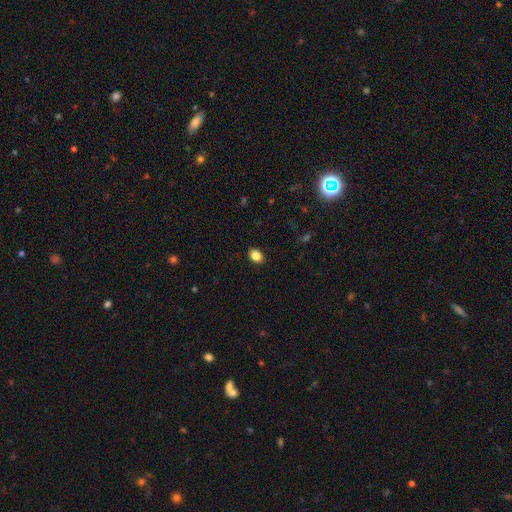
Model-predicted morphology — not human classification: Smooth or featured: smooth — 86% (star or artifact — 9%)
How rounded: in between — 72% (round — 27%)
Merging: none — 90% (minor disturbance — 7%)